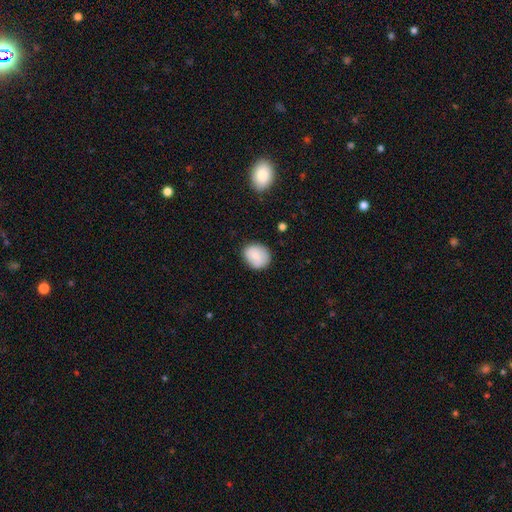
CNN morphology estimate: type=smooth (81%); roundness=round (63%); merging=none (80%).